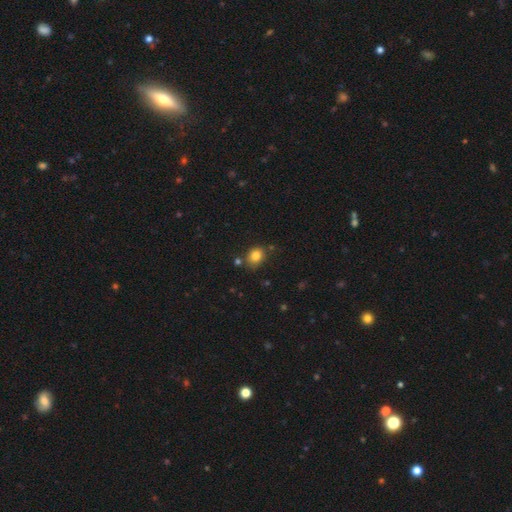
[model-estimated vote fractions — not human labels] A smooth galaxy with no disk features (83%) that is round (55%). Merging: none (71%).